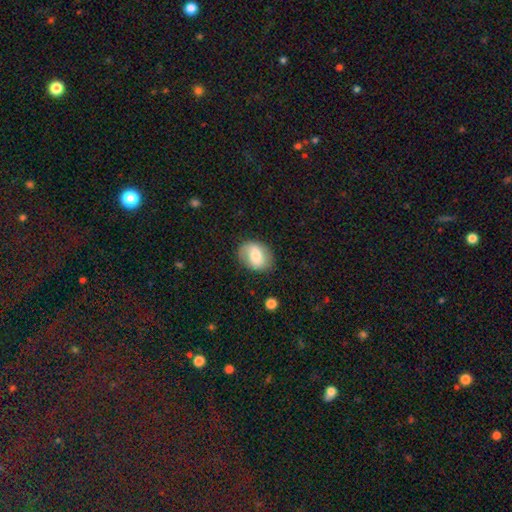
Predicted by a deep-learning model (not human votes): Smooth or featured? Predicted: smooth (p=0.62). How rounded? Predicted: in between (p=0.61). Merging? Predicted: none (p=0.75).